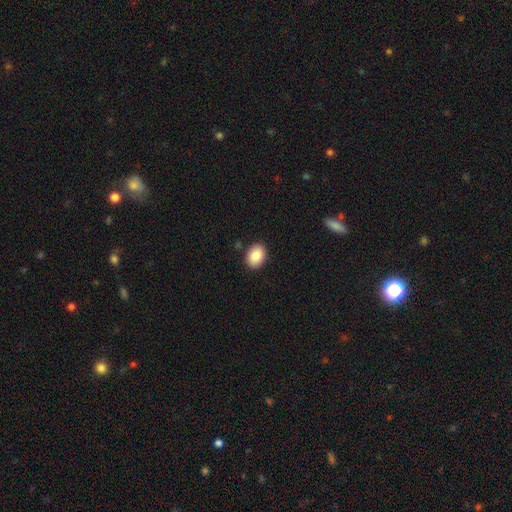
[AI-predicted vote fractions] smooth-or-featured: smooth: 88% | star or artifact: 7% | featured or disk: 5%
  how-rounded: in between: 72% | round: 27% | cigar-shaped: 1%
  merging: none: 89% | minor disturbance: 8% | major disturbance: 2% | merger: 2%